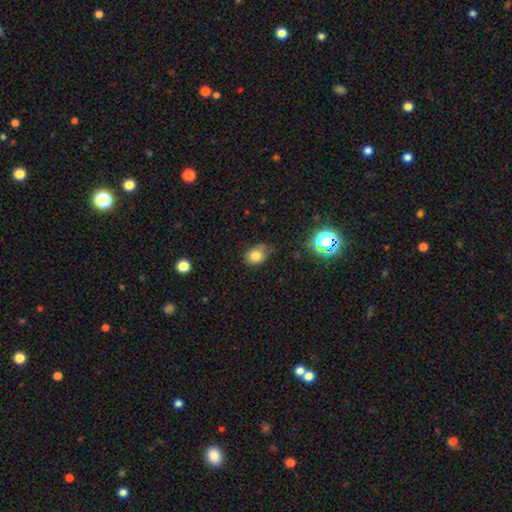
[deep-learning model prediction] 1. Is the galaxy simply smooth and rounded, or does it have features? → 79% smooth, 13% star or artifact, 8% featured or disk.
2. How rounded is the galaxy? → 50% round, 49% in between, 1% cigar-shaped.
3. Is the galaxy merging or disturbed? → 61% none, 30% minor disturbance, 7% major disturbance, 2% merger.